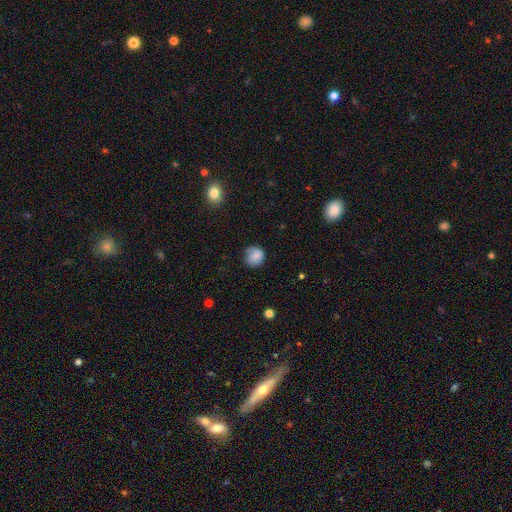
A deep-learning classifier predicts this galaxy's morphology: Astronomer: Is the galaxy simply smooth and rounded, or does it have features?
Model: smooth — 80%.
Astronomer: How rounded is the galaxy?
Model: round — 85%.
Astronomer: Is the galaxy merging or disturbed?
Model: none — 67%.